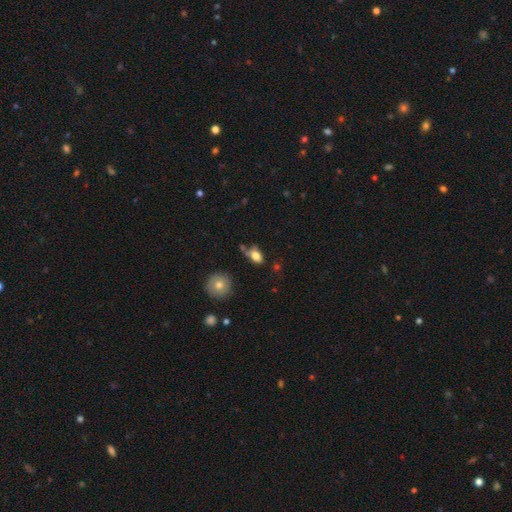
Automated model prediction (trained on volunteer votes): smooth_or_featured: smooth (p=0.78) [alt: featured or disk p=0.12]
how_rounded: in between (p=0.83) [alt: round p=0.14]
merging: none (p=0.56) [alt: minor disturbance p=0.23]